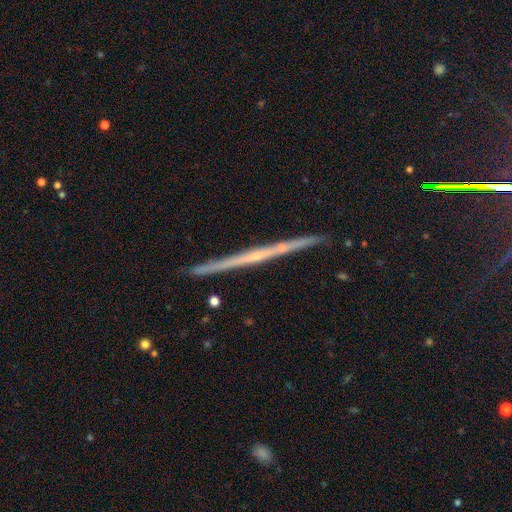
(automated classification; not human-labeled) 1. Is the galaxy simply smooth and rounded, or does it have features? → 72% featured or disk, 19% smooth, 9% star or artifact.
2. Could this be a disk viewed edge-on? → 98% yes, 2% no.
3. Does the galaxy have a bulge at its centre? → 72% none, 21% rounded, 6% boxy.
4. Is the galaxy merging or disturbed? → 89% none, 8% minor disturbance, 2% merger, 1% major disturbance.